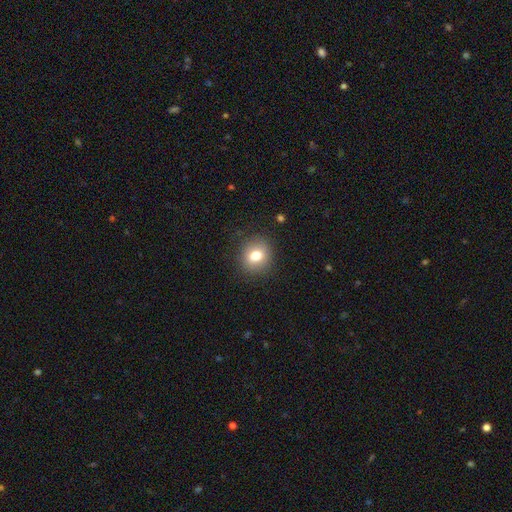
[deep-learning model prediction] Smooth or featured?
  - smooth: 77% *
  - featured or disk: 12%
  - star or artifact: 11%
How rounded?
  - round: 76% *
  - in between: 23%
  - cigar-shaped: 1%
Merging?
  - none: 88% *
  - minor disturbance: 8%
  - major disturbance: 3%
  - merger: 1%